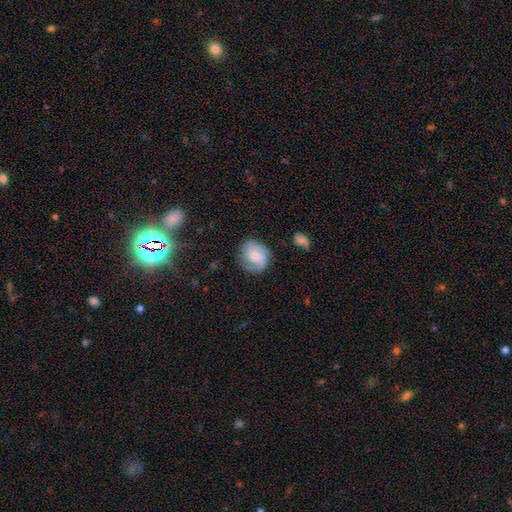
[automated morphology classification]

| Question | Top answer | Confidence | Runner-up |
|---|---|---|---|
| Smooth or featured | featured or disk | 51% | smooth (42%) |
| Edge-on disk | no | 97% | yes (3%) |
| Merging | none | 71% | minor disturbance (20%) |